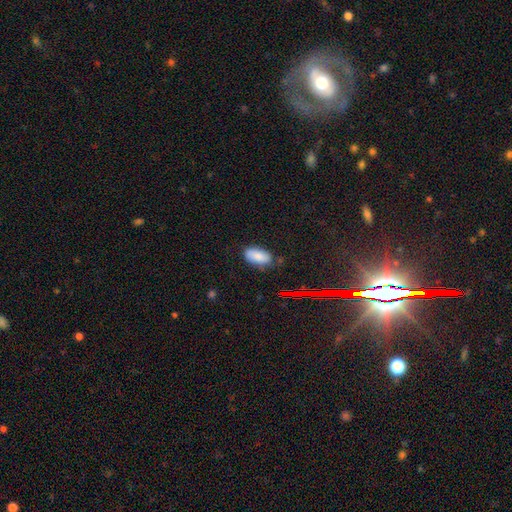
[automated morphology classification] Overall: smooth (84%). How rounded: in between (93%). Merging: none (69%).